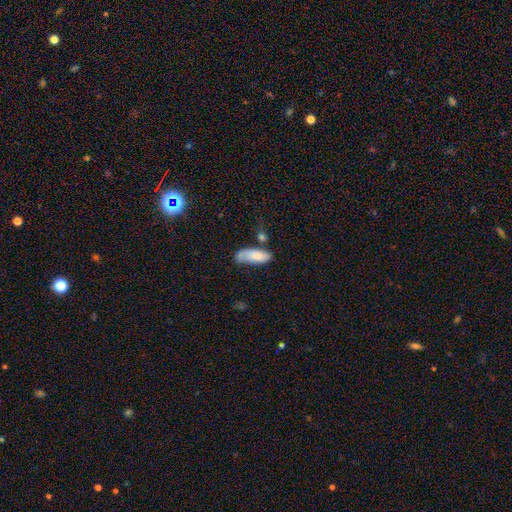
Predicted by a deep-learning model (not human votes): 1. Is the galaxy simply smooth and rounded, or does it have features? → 77% smooth, 16% featured or disk, 6% star or artifact.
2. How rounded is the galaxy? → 73% in between, 24% cigar-shaped, 2% round.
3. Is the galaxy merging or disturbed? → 39% none, 28% minor disturbance, 16% major disturbance, 16% merger.